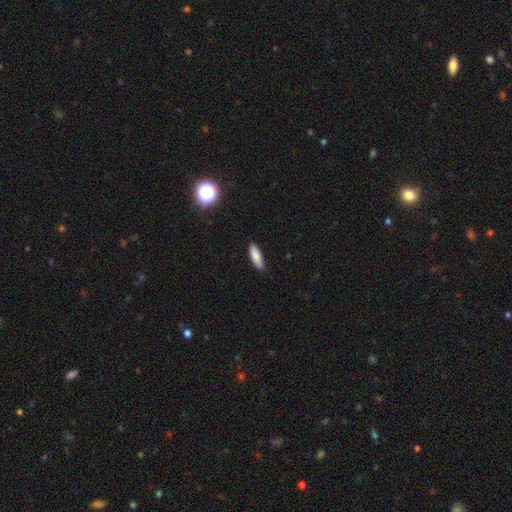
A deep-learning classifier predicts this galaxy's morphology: type=smooth (83%); roundness=in between (52%); merging=none (83%).